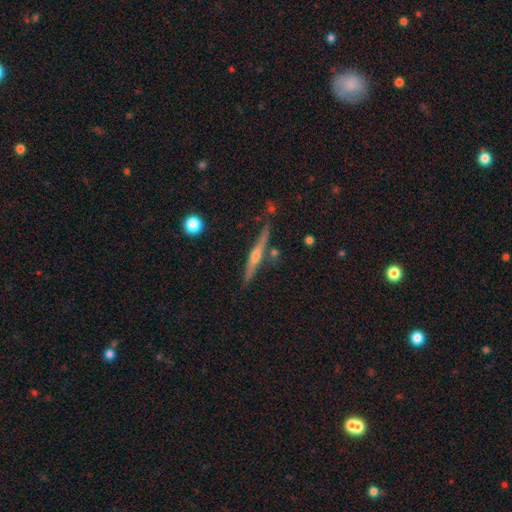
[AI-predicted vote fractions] Morphology: type=featured or disk (78%); edge-on=yes (98%); edge-on bulge=rounded (87%); merging=none (85%).